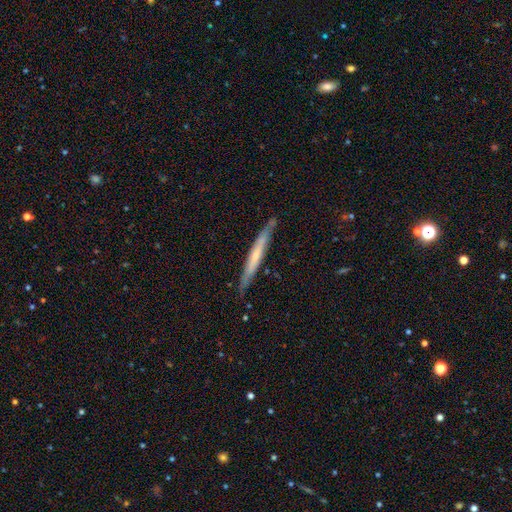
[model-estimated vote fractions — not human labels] Smooth or featured? Predicted: featured or disk (p=0.53). Edge-on disk? Predicted: yes (p=0.92). Merging? Predicted: none (p=0.84).